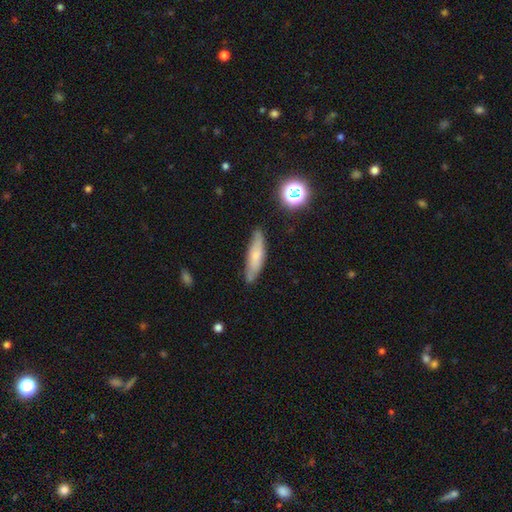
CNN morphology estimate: The model was most divided on "smooth or featured": smooth: 61%, featured or disk: 30%, star or artifact: 9%. More confident: merging — none (79%); how rounded — cigar-shaped (69%).